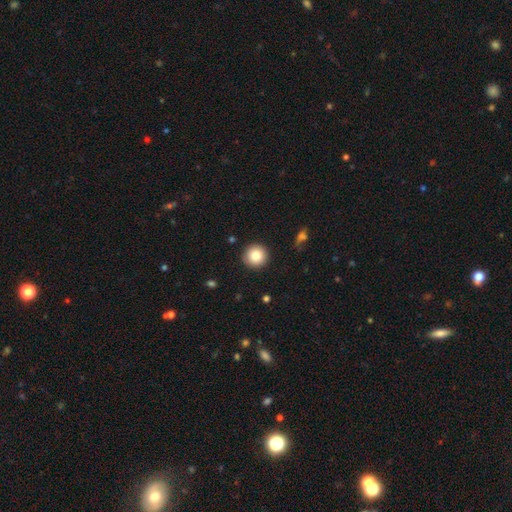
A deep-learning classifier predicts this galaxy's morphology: smooth-or-featured: smooth: 83% | star or artifact: 9% | featured or disk: 8%
  how-rounded: round: 96% | in between: 3% | cigar-shaped: 1%
  merging: none: 91% | minor disturbance: 6% | major disturbance: 2% | merger: 1%